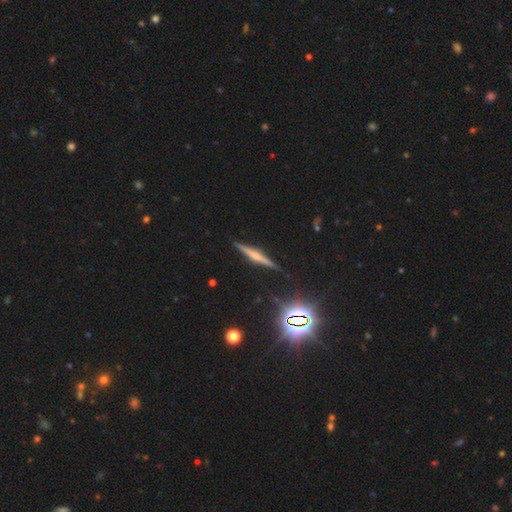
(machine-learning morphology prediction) Q: Smooth or featured?
A: featured or disk (66%); runner-up: smooth (21%)
Q: Edge-on disk?
A: yes (98%); runner-up: no (2%)
Q: Edge-on bulge?
A: rounded (69%); runner-up: boxy (16%)
Q: Merging?
A: none (90%); runner-up: minor disturbance (7%)